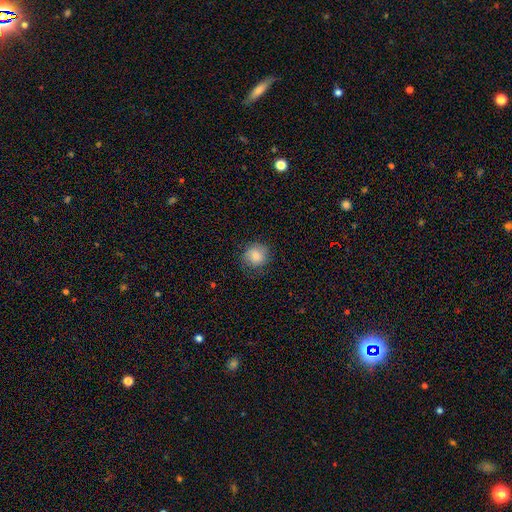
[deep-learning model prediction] Q: Smooth or featured?
A: smooth (82%); runner-up: featured or disk (10%)
Q: How rounded?
A: round (85%); runner-up: in between (14%)
Q: Merging?
A: none (74%); runner-up: minor disturbance (18%)